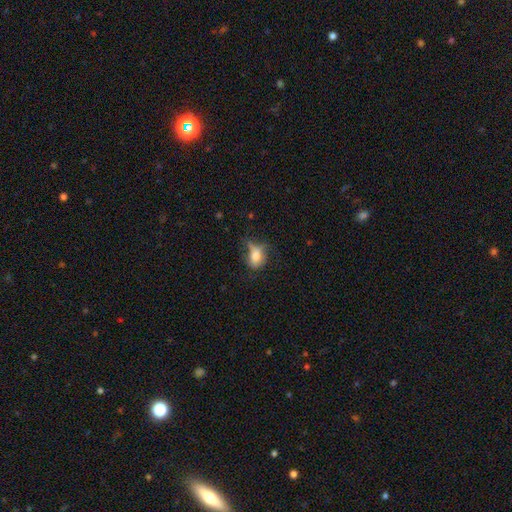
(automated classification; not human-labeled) This is likely a smooth galaxy (72%). How rounded: likely in between (75%). Merging: marginally none (38%).